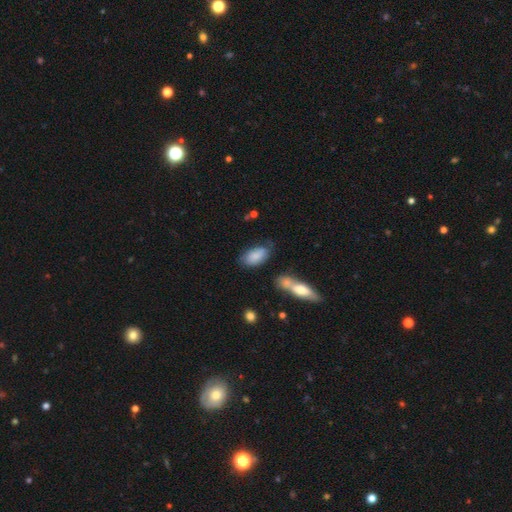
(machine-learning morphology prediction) Smooth or featured? smooth (80%)
How rounded? in between (92%)
Merging? none (59%)